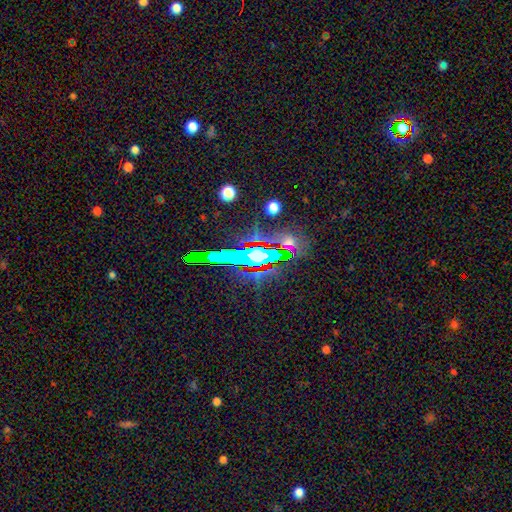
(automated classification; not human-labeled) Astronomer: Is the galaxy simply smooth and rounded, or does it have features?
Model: star or artifact — 67%.